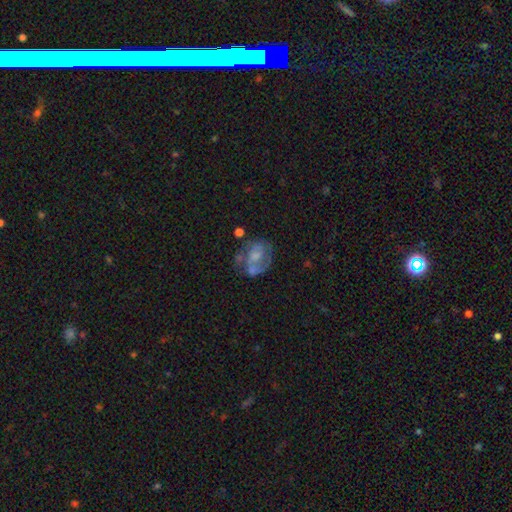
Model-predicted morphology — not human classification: A featured or disk galaxy (57%) with no bar (76%), no spiral arms (63%) and a moderate central bulge (35%).

Vote fractions:
- Smooth or featured? featured or disk: 57% / smooth: 34% / star or artifact: 9%
- Edge-on disk? no: 98% / yes: 2%
- Bar? no: 76% / weak: 20% / strong: 5%
- Spiral arms? no: 63% / yes: 37%
- Bulge size? moderate: 35% / none: 29% / small: 23% / large: 12% / dominant: 2%
- Merging? none: 40% / minor disturbance: 23% / major disturbance: 23% / merger: 14%